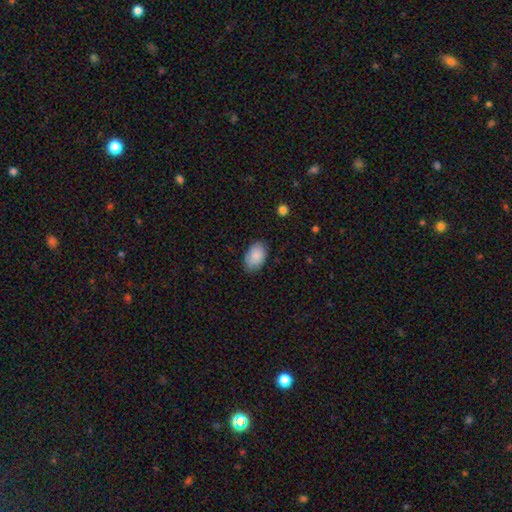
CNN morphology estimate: Overall: smooth (87%). How rounded: in between (90%). Merging: none (80%).